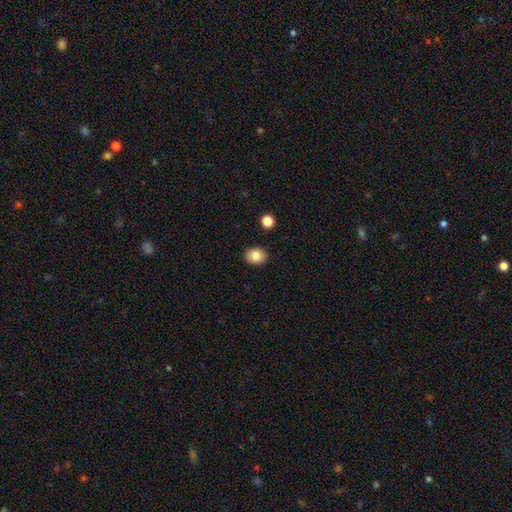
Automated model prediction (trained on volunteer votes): This appears to be a smooth galaxy with no disk features (84%) that is round (52%). Merging: none (90%).